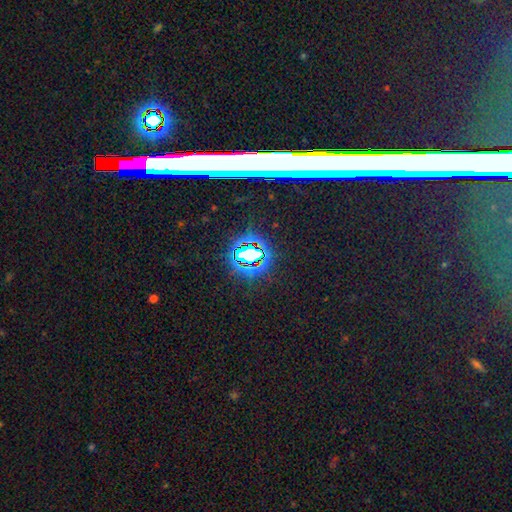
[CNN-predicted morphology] Q: Smooth or featured?
A: star or artifact (70%); runner-up: smooth (18%)